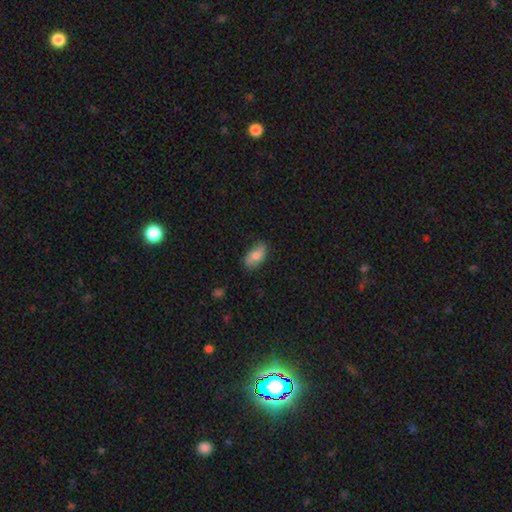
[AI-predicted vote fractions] Overall: smooth (74%). How rounded: in between (93%). Merging: none (77%).